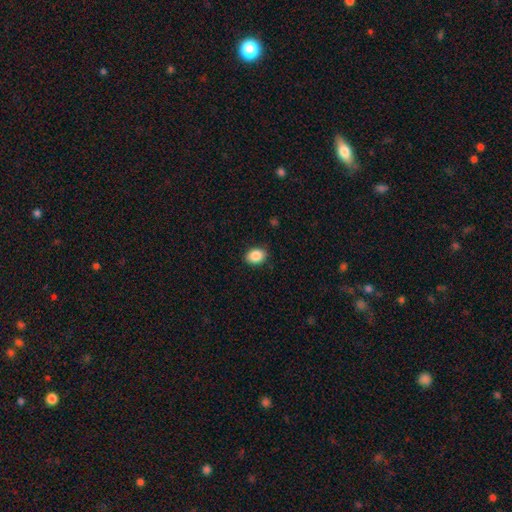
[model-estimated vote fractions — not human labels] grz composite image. It shows a smooth galaxy with no disk features (88%) that is in between round and cigar-shaped (67%). Merging: none (88%).